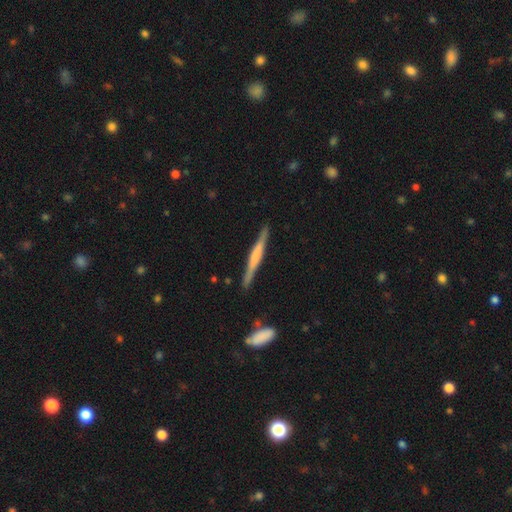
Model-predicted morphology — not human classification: smooth_or_featured: featured or disk (p=0.62) [alt: smooth p=0.33]
disk_edge_on: yes (p=0.97) [alt: no p=0.03]
edge_on_bulge: boxy (p=0.38) [alt: rounded p=0.36]
merging: none (p=0.87) [alt: minor disturbance p=0.09]